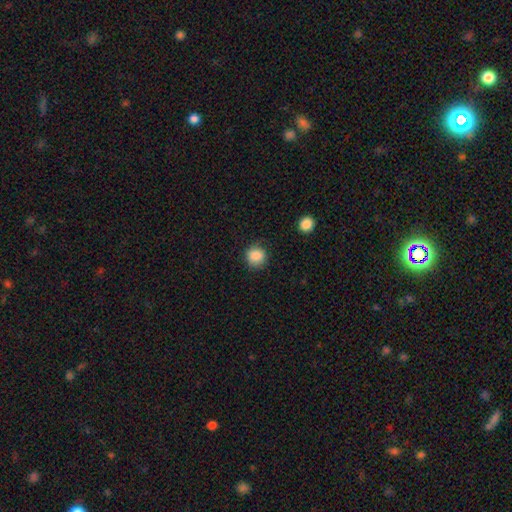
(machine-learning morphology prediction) The model was most divided on "merging": none: 83%, minor disturbance: 12%, major disturbance: 3%, merger: 1%. More confident: smooth or featured — smooth (87%); how rounded — round (86%).